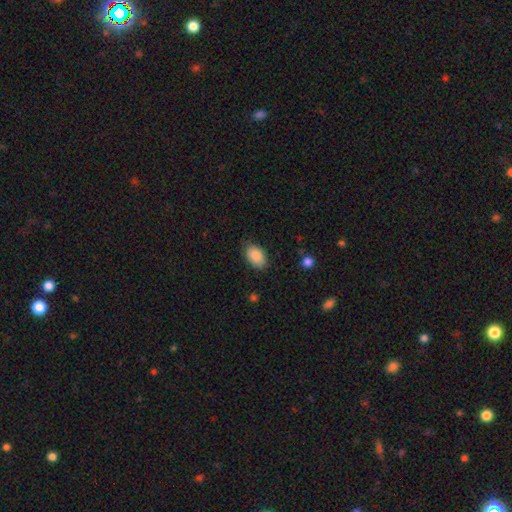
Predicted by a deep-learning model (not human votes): Overall: smooth (88%). How rounded: in between (91%). Merging: none (80%).